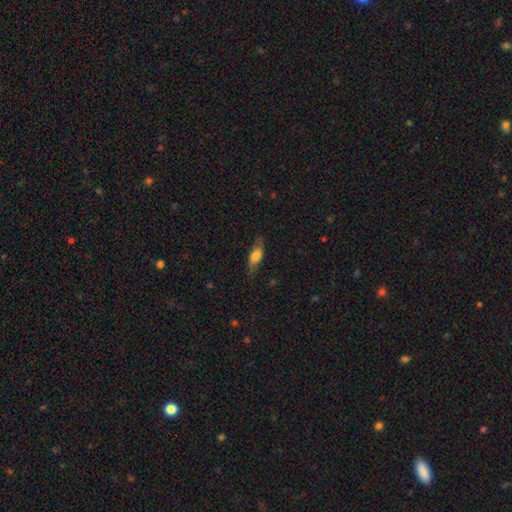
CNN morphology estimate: smooth-or-featured: smooth: 68% | featured or disk: 25% | star or artifact: 7%
  how-rounded: in between: 71% | cigar-shaped: 26% | round: 4%
  merging: none: 72% | minor disturbance: 20% | major disturbance: 7% | merger: 1%